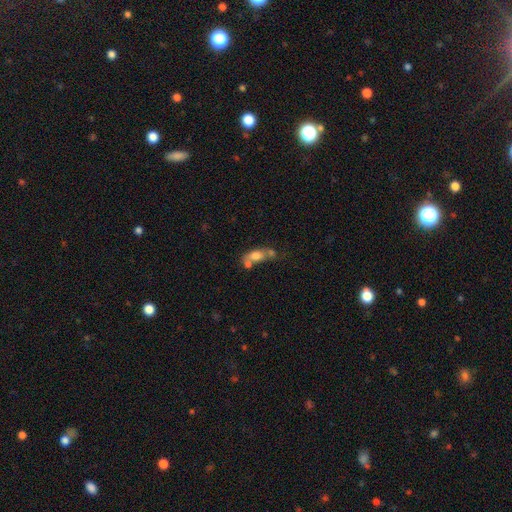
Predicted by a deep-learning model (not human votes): smooth 64%, featured or disk 26%, star or artifact 10%. Down the decision tree: how rounded — in between (72%); merging — merger (50%).